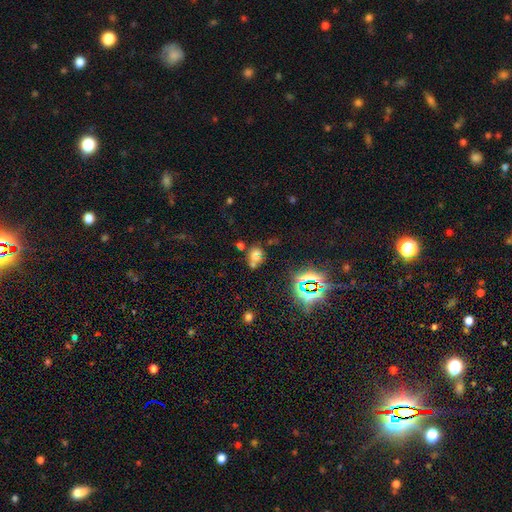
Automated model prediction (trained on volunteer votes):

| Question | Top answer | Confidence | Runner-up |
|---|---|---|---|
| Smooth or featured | smooth | 54% | star or artifact (31%) |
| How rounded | round | 60% | in between (38%) |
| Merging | none | 49% | merger (31%) |